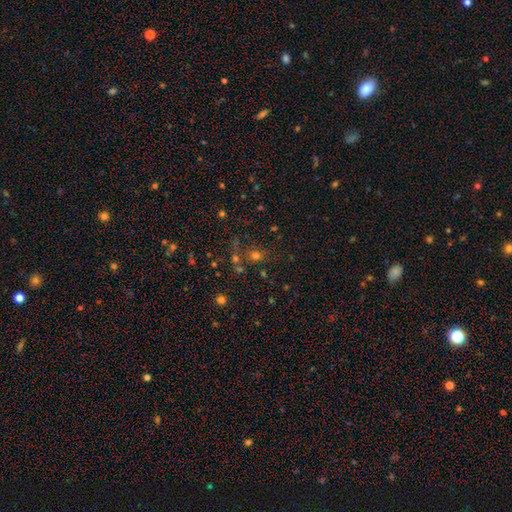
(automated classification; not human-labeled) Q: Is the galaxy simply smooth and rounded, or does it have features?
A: smooth — 52%.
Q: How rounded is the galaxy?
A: round — 80%.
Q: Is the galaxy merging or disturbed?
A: none — 63%.